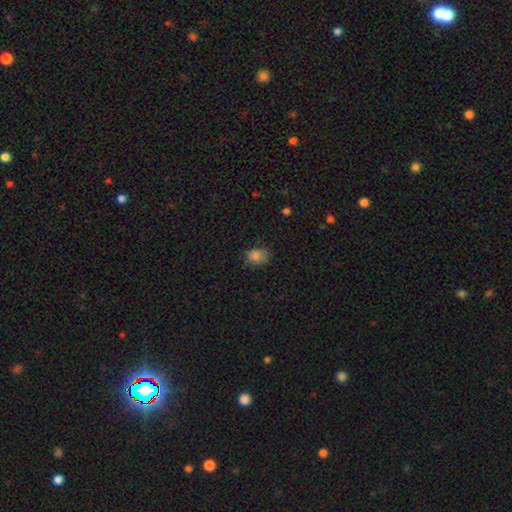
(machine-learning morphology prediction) type=smooth (83%); roundness=in between (59%); merging=none (69%).